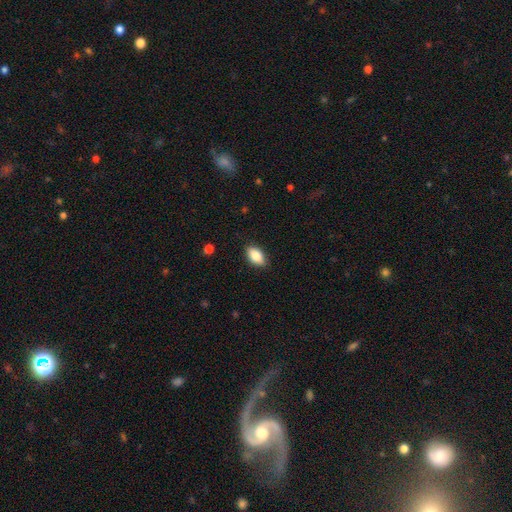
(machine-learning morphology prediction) Smooth or featured?
  - smooth: 84% *
  - featured or disk: 9%
  - star or artifact: 7%
How rounded?
  - in between: 91% *
  - round: 6%
  - cigar-shaped: 4%
Merging?
  - none: 87% *
  - minor disturbance: 10%
  - major disturbance: 2%
  - merger: 1%